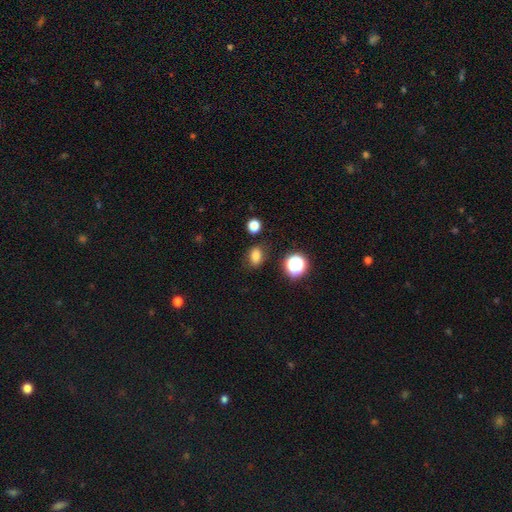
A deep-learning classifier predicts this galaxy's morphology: smooth-or-featured: smooth: 78% | star or artifact: 15% | featured or disk: 7%
  how-rounded: in between: 69% | round: 29% | cigar-shaped: 2%
  merging: none: 81% | minor disturbance: 12% | major disturbance: 3% | merger: 3%